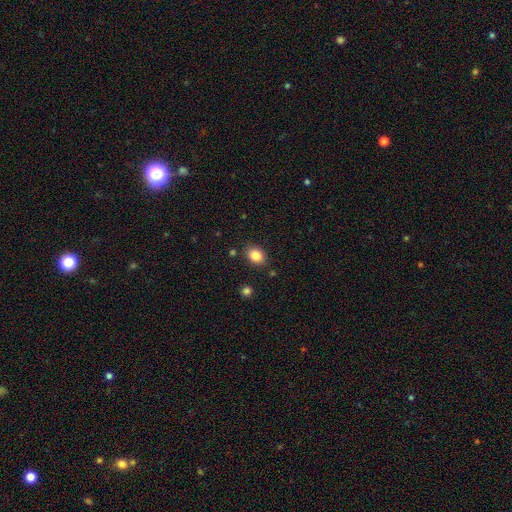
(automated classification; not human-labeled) Smooth or featured? smooth (85%)
How rounded? in between (67%)
Merging? none (84%)